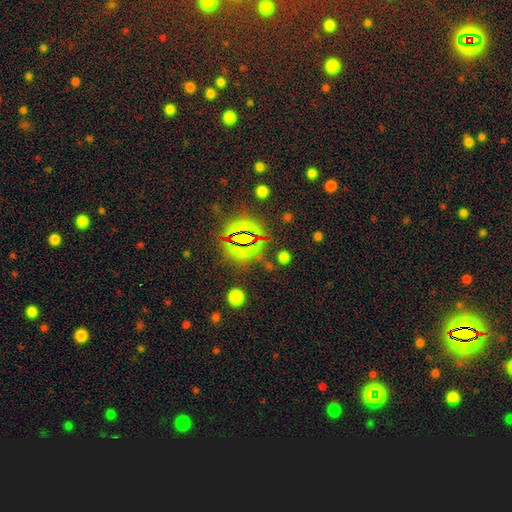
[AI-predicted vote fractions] Morphology: type=star or artifact (80%).